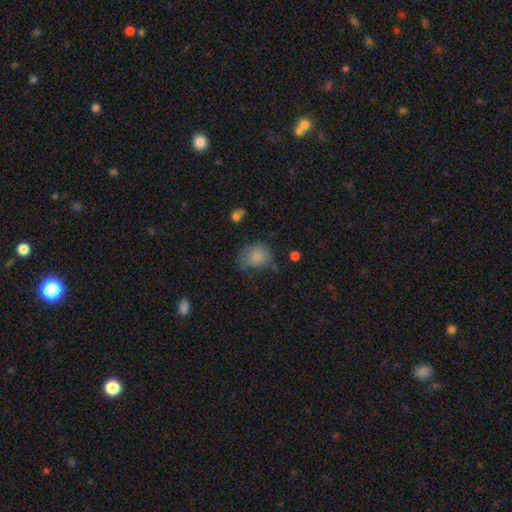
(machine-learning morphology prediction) Smooth or featured? smooth (75%)
How rounded? in between (50%)
Merging? none (48%)